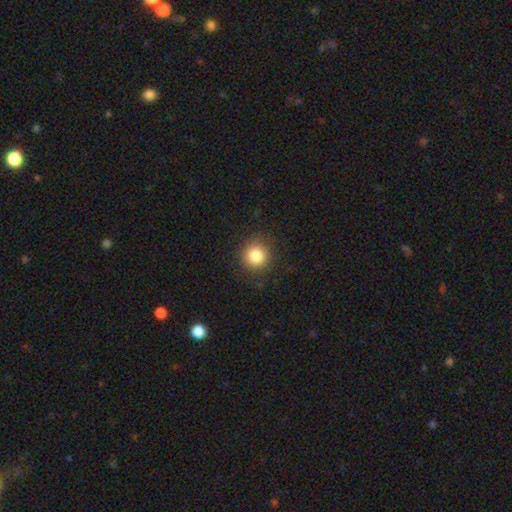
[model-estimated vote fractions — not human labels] smooth_or_featured: smooth (p=0.83) [alt: star or artifact p=0.11]
how_rounded: round (p=0.93) [alt: in between p=0.06]
merging: none (p=0.89) [alt: minor disturbance p=0.07]